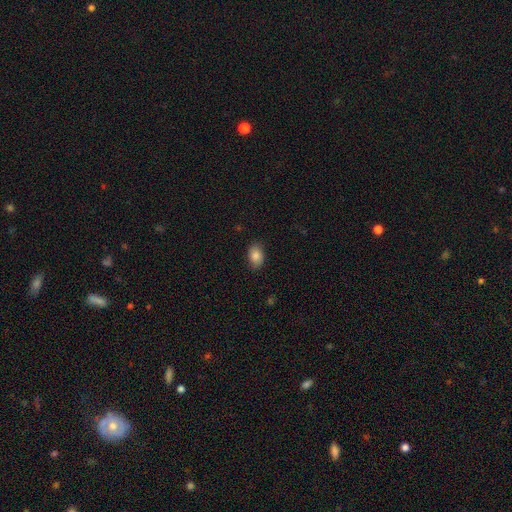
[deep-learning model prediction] This appears to be a smooth galaxy with no disk features (86%) that is in between round and cigar-shaped (84%). Merging: none (86%).